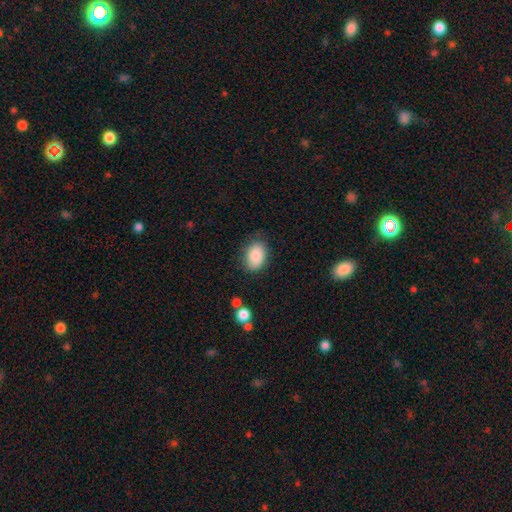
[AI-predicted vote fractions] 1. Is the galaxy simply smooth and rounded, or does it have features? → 86% smooth, 7% star or artifact, 6% featured or disk.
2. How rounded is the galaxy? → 87% in between, 12% round, 1% cigar-shaped.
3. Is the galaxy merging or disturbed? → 77% none, 17% minor disturbance, 4% major disturbance, 2% merger.